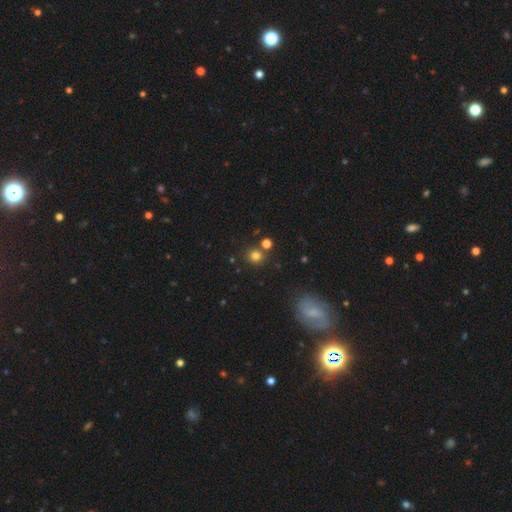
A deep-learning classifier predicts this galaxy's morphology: This is likely a smooth galaxy (78%). How rounded: clearly round (88%). Merging: likely none (79%).